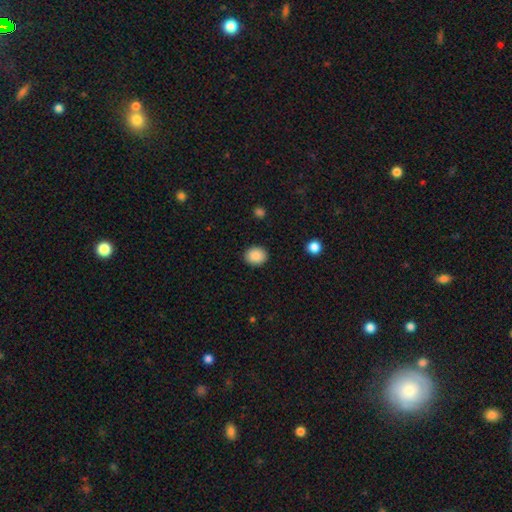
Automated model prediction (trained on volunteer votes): smooth 88%, star or artifact 8%, featured or disk 3%. Down the decision tree: how rounded — round (63%); merging — none (90%).